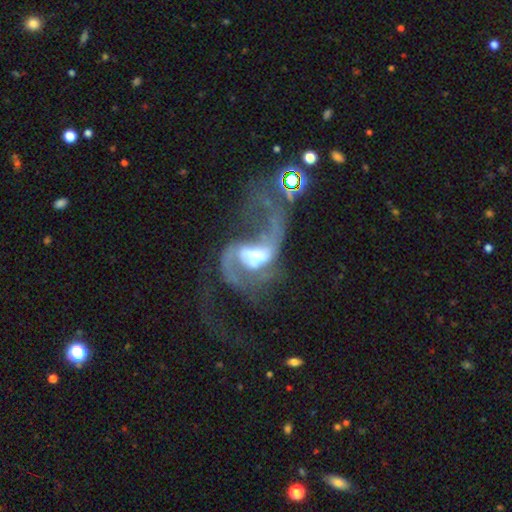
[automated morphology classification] A featured or disk galaxy (83%) with a weak bar (43%), 2 (72%) loose (65%) spiral arms (89%) and a moderate central bulge (51%).

Vote fractions:
- Smooth or featured? featured or disk: 83% / smooth: 9% / star or artifact: 8%
- Edge-on disk? no: 97% / yes: 3%
- Bar? weak: 43% / no: 29% / strong: 28%
- Spiral arms? yes: 89% / no: 11%
- Spiral winding? loose: 65% / medium: 29% / tight: 6%
- Spiral arm count? 2: 72% / 1: 14% / can't tell: 7% / 3: 3% / 4: 2% / more than 4: 2%
- Bulge size? moderate: 51% / small: 24% / large: 18% / none: 5% / dominant: 3%
- Merging? major disturbance: 48% / none: 23% / merger: 19% / minor disturbance: 10%